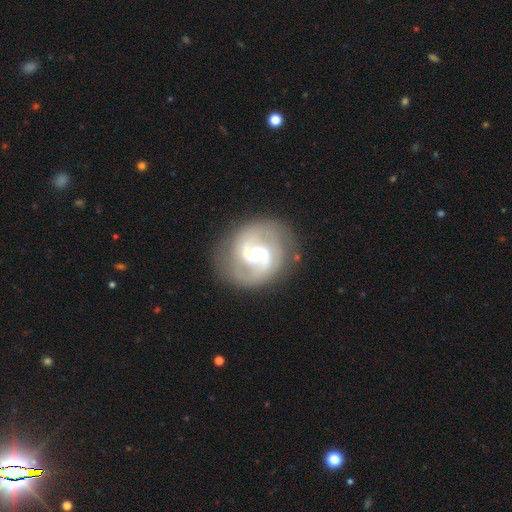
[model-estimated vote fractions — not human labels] A featured or disk galaxy (90%) with a weak bar (52%), 2 (92%) medium (56%) spiral arms (97%) and a moderate central bulge (69%). Merging: none (82%).